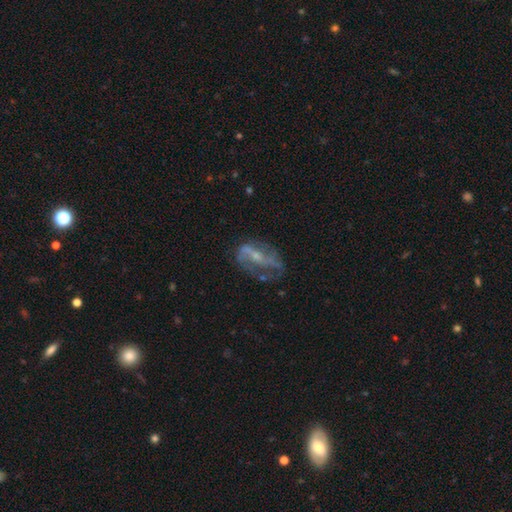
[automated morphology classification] Smooth or featured? featured or disk (76%)
Edge-on disk? no (93%)
Bar? weak (38%)
Spiral arms? yes (76%)
Spiral winding? loose (51%)
Spiral arm count? 2 (69%)
Bulge size? small (56%)
Merging? none (49%)